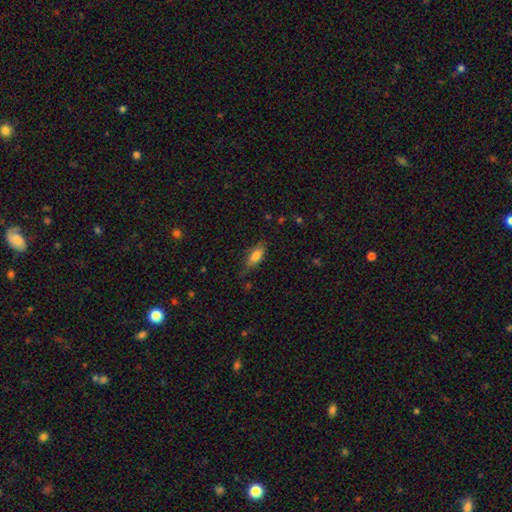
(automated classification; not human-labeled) Overall: smooth (75%). How rounded: in between (70%). Merging: none (69%).